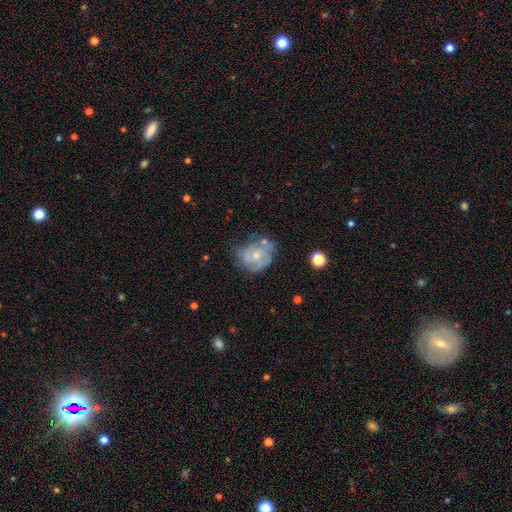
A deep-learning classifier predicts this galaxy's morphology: Smooth or featured? featured or disk (63%)
Edge-on disk? no (97%)
Bar? no (76%)
Spiral arms? yes (71%)
Bulge size? small (53%)
Merging? none (51%)